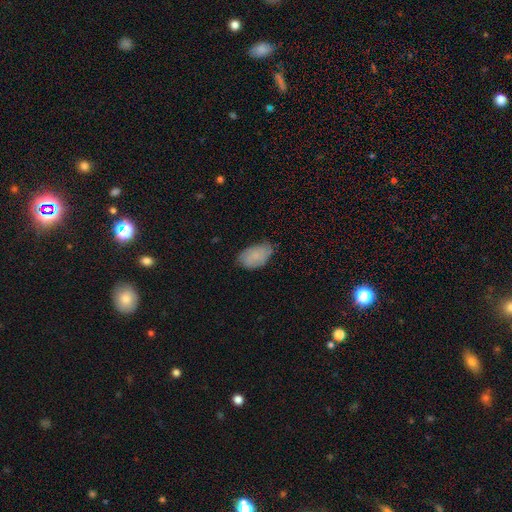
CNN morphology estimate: Smooth or featured?
  - smooth: 80% *
  - featured or disk: 13%
  - star or artifact: 8%
How rounded?
  - in between: 92% *
  - round: 6%
  - cigar-shaped: 1%
Merging?
  - none: 62% *
  - minor disturbance: 31%
  - major disturbance: 6%
  - merger: 1%